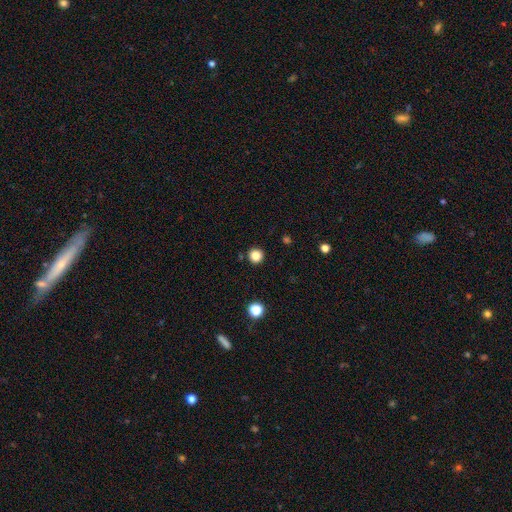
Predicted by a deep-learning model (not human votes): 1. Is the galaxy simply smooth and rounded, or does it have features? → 84% smooth, 12% star or artifact, 4% featured or disk.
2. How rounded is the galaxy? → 96% round, 3% in between, 1% cigar-shaped.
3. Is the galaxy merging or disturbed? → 91% none, 5% minor disturbance, 2% major disturbance, 2% merger.